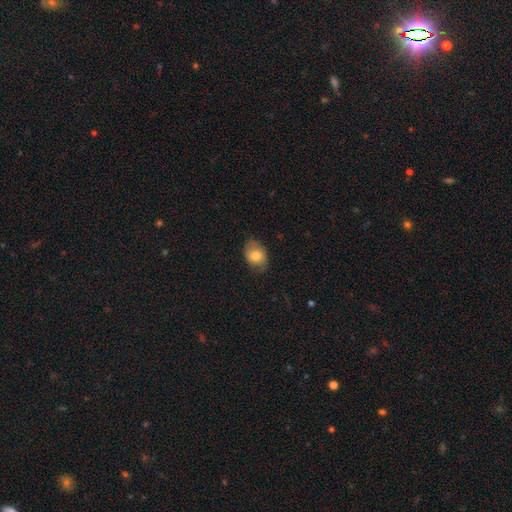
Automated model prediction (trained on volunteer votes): The model was most divided on "how rounded": in between: 72%, round: 27%, cigar-shaped: 1%. More confident: smooth or featured — smooth (76%); merging — none (76%).